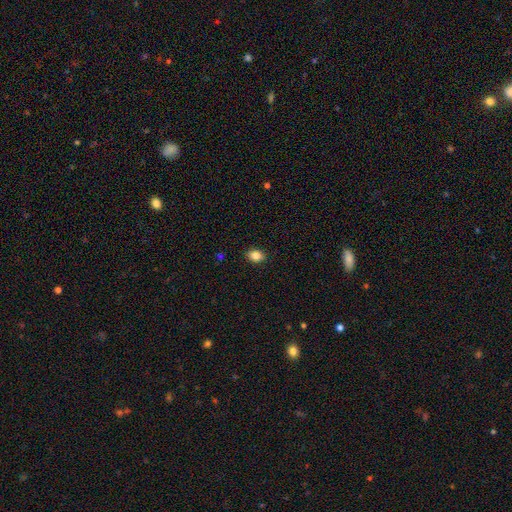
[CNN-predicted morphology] smooth 85%, star or artifact 9%, featured or disk 5%. Down the decision tree: how rounded — in between (70%); merging — none (89%).